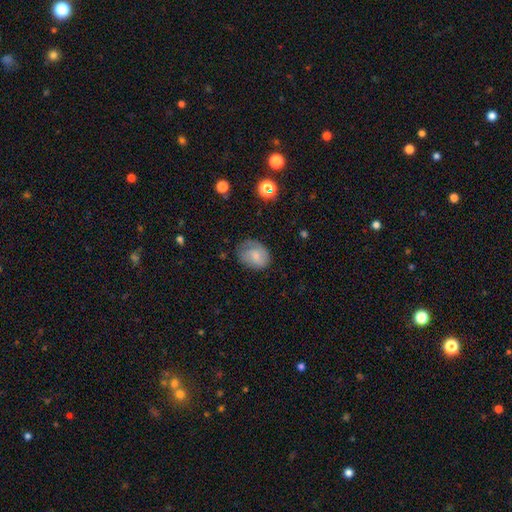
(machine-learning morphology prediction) Overall: smooth (63%; featured or disk 29%). How rounded: in between (59%; round 40%). Merging: none (59%; minor disturbance 28%).